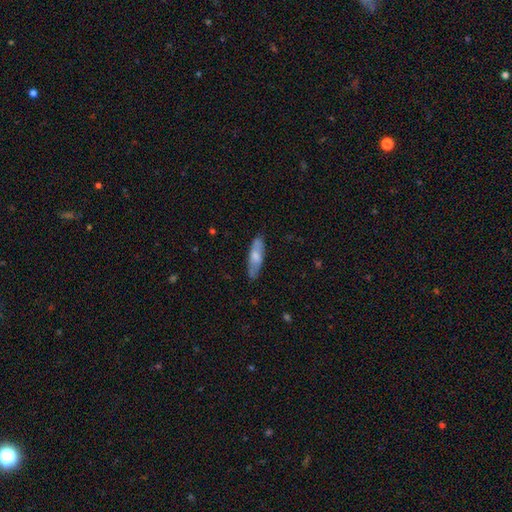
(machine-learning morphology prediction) The model was most divided on "how rounded": cigar-shaped: 56%, in between: 42%, round: 2%. More confident: merging — none (78%); smooth or featured — smooth (62%).